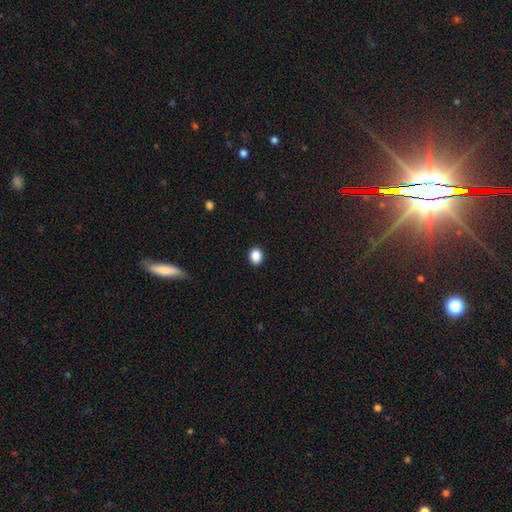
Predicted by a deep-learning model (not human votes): Overall: smooth (88%). How rounded: round (62%; in between 37%). Merging: none (92%).